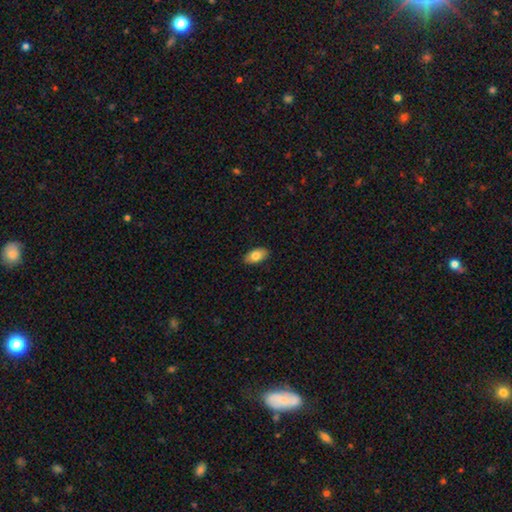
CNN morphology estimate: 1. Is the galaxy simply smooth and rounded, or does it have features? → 80% smooth, 13% featured or disk, 7% star or artifact.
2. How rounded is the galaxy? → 93% in between, 4% round, 3% cigar-shaped.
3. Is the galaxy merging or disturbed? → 88% none, 9% minor disturbance, 2% major disturbance, 1% merger.